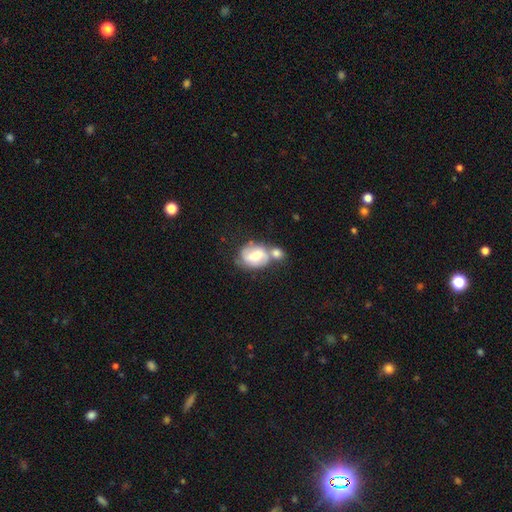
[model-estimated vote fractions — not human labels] Smooth or featured: featured or disk — 47% (smooth — 46%)
Merging: merger — 50% (none — 28%)